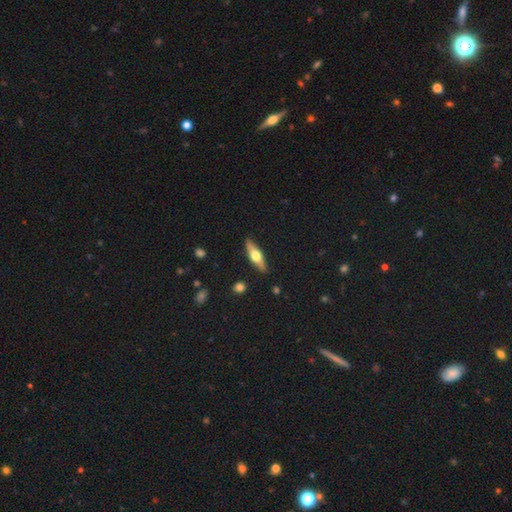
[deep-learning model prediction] Smooth or featured? featured or disk (51%)
Edge-on disk? yes (89%)
Merging? none (89%)